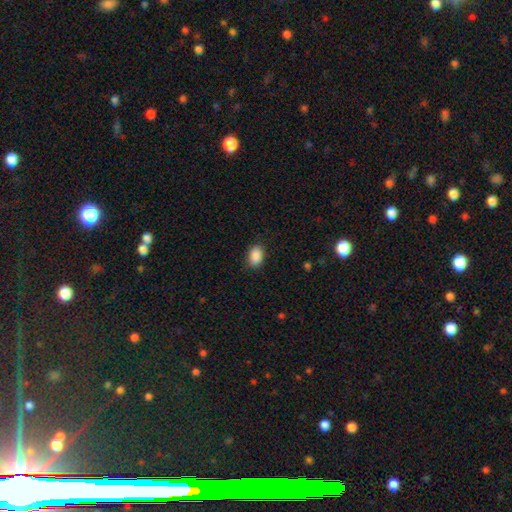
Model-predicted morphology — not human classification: Smooth or featured: smooth — 90% (star or artifact — 8%)
How rounded: in between — 84% (round — 14%)
Merging: none — 86% (minor disturbance — 11%)